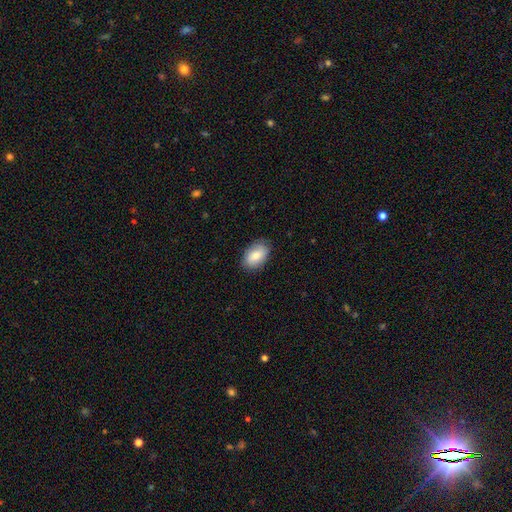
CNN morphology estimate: This is clearly a smooth galaxy (82%). How rounded: clearly in between (91%). Merging: clearly none (83%).